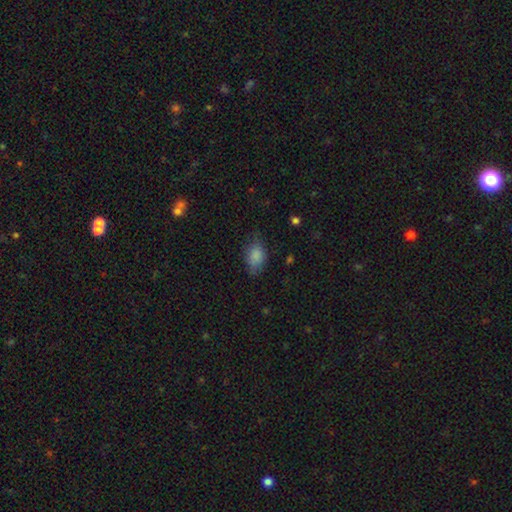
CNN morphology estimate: Smooth or featured?
  - smooth: 83% *
  - star or artifact: 9%
  - featured or disk: 8%
How rounded?
  - in between: 83% *
  - round: 15%
  - cigar-shaped: 2%
Merging?
  - none: 62% *
  - minor disturbance: 28%
  - major disturbance: 8%
  - merger: 1%